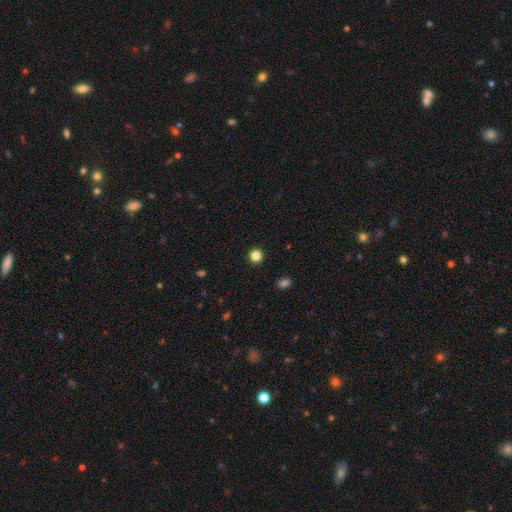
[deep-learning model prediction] smooth 84%, star or artifact 12%, featured or disk 4%. Down the decision tree: how rounded — round (94%); merging — none (93%).